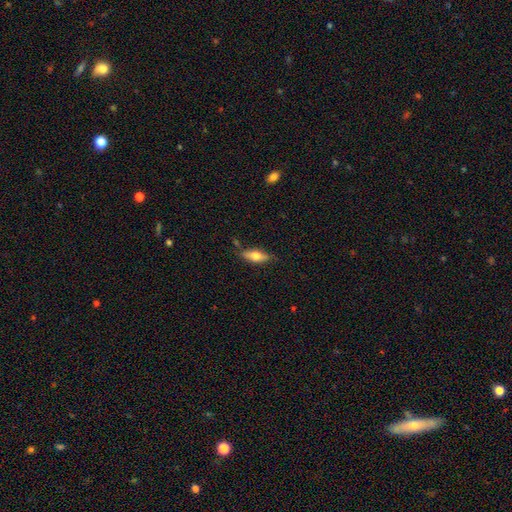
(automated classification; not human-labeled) Smooth or featured: smooth — 65% (featured or disk — 28%)
How rounded: in between — 64% (cigar-shaped — 34%)
Merging: none — 73% (minor disturbance — 19%)